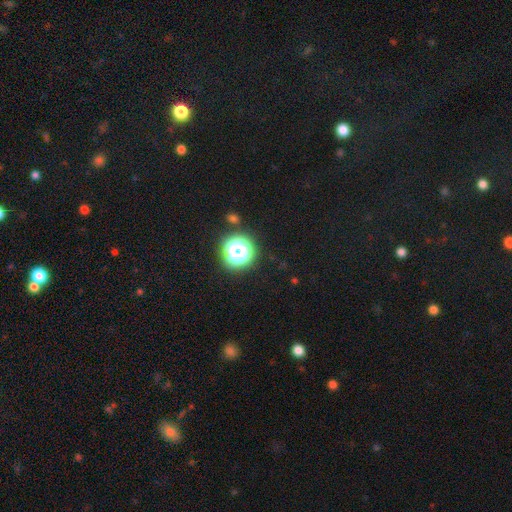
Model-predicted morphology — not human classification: This is likely a star or artifact rather than a galaxy (69%).